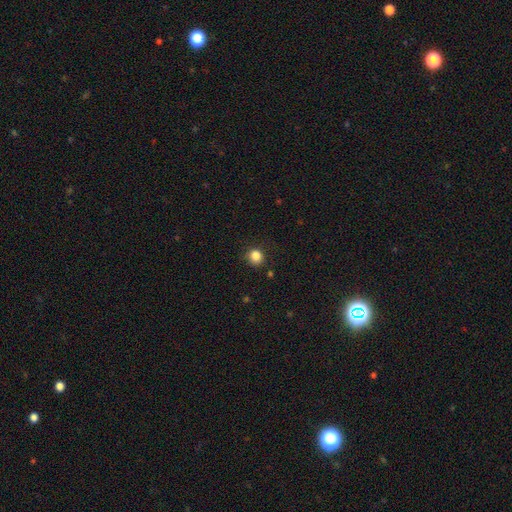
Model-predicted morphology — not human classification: Q: Smooth or featured?
A: smooth (85%); runner-up: star or artifact (12%)
Q: How rounded?
A: round (85%); runner-up: in between (14%)
Q: Merging?
A: none (85%); runner-up: minor disturbance (10%)